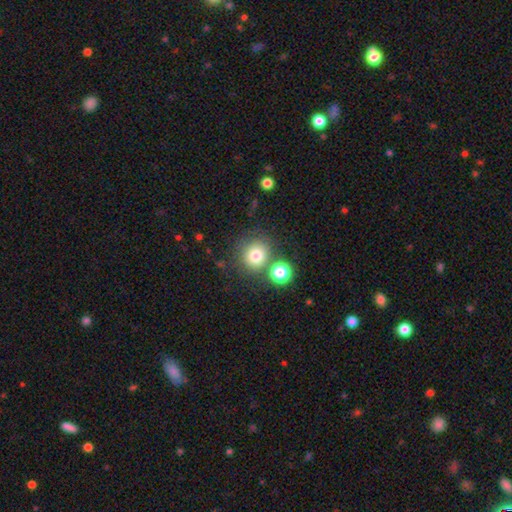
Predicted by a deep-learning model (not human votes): A smooth galaxy with no disk features (77%) that is round (90%). Merging: none (73%).